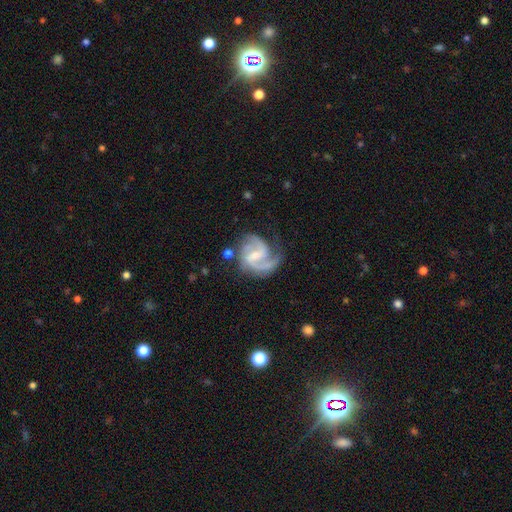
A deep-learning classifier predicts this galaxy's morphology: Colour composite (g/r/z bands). It shows a featured or disk galaxy (91%) with a weak bar (56%), 2 (59%) medium (58%) spiral arms (98%) and a small central bulge (53%). Merging: none (62%).